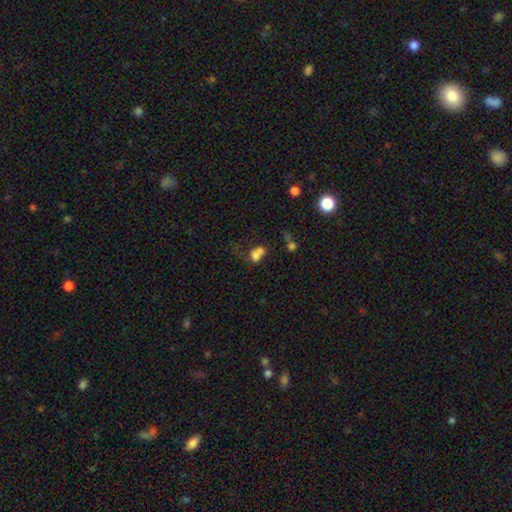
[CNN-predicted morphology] smooth-or-featured: smooth: 66% | featured or disk: 18% | star or artifact: 16%
  how-rounded: in between: 57% | round: 41% | cigar-shaped: 2%
  merging: merger: 52% | none: 20% | major disturbance: 17% | minor disturbance: 11%